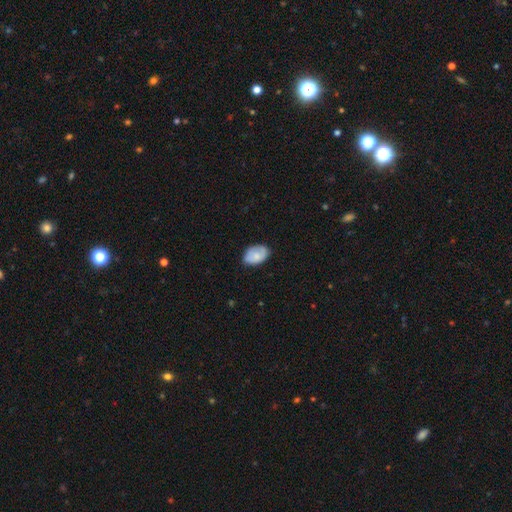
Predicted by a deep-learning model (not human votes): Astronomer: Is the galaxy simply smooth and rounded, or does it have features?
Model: smooth — 78%.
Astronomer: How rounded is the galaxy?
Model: in between — 89%.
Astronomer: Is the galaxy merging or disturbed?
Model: none — 75%.